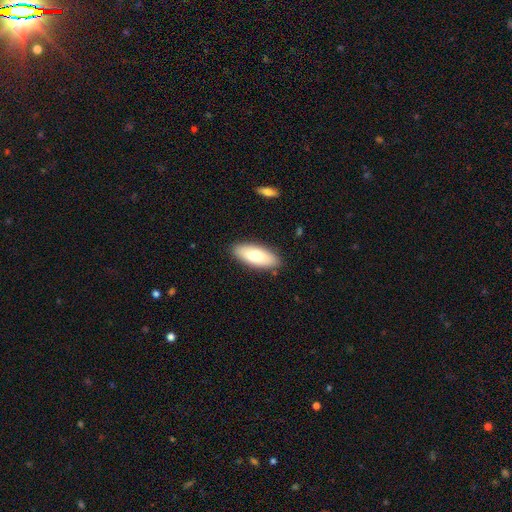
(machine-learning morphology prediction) Smooth or featured? Predicted: smooth (p=0.75). How rounded? Predicted: in between (p=0.81). Merging? Predicted: none (p=0.88).